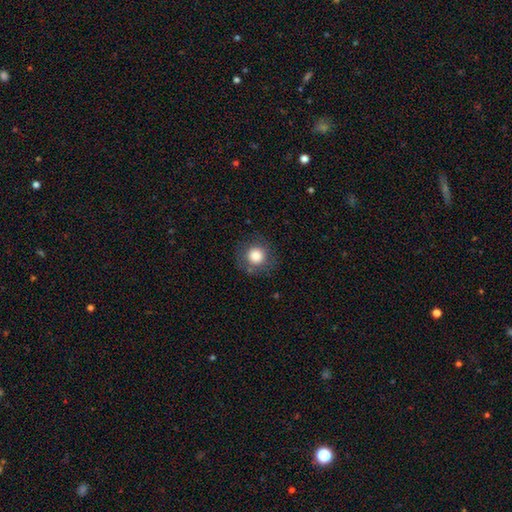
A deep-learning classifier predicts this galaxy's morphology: Smooth or featured?
  - smooth: 81% *
  - star or artifact: 10%
  - featured or disk: 9%
How rounded?
  - round: 93% *
  - in between: 6%
  - cigar-shaped: 1%
Merging?
  - none: 81% *
  - minor disturbance: 12%
  - major disturbance: 5%
  - merger: 2%